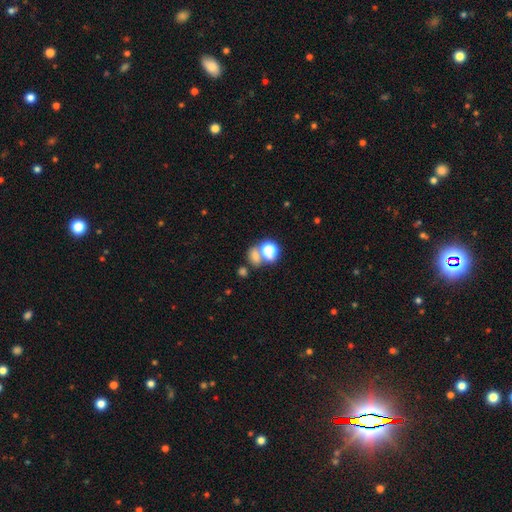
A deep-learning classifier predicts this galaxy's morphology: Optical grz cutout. It shows a smooth galaxy with no disk features (68%) that is in between round and cigar-shaped (51%). Merging: merger (45%).